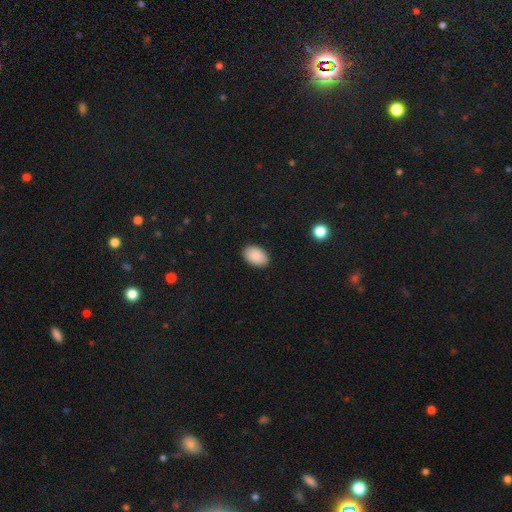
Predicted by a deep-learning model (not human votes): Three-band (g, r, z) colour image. It shows a smooth galaxy with no disk features (90%) that is in between round and cigar-shaped (90%). Merging: none (89%).